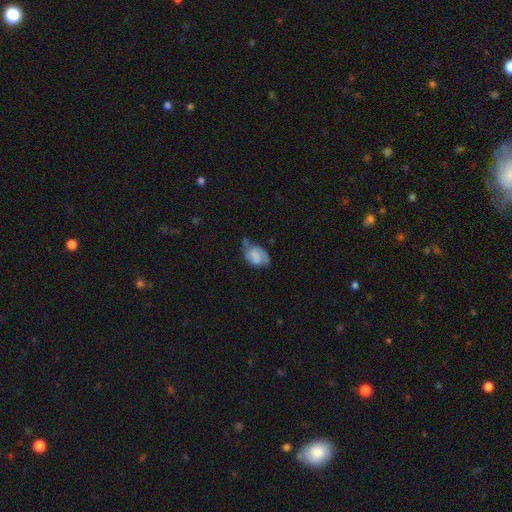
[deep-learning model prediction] smooth_or_featured: smooth (p=0.55) [alt: featured or disk p=0.37]
how_rounded: in between (p=0.81) [alt: round p=0.17]
merging: minor disturbance (p=0.40) [alt: none p=0.35]